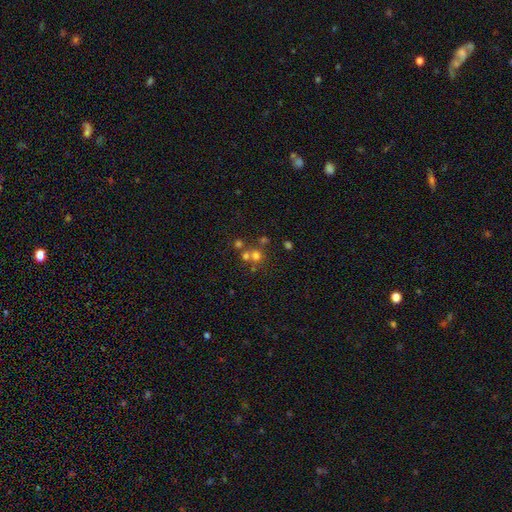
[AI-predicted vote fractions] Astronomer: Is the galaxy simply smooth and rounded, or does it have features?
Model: smooth — 57%.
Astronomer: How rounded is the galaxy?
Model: round — 87%.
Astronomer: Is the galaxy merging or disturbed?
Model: none — 51% (runner-up: merger, 38%).